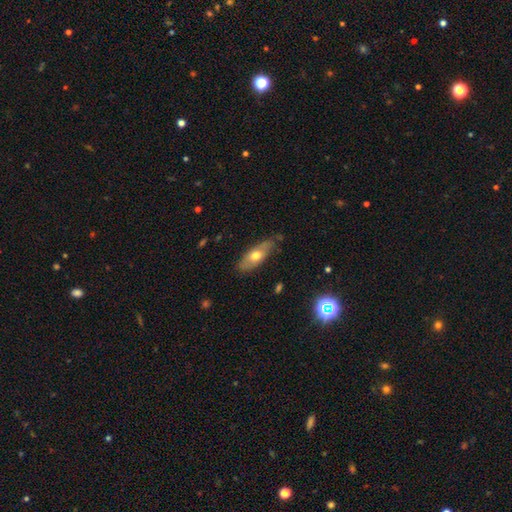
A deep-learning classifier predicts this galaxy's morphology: Overall: smooth (60%; featured or disk 34%). How rounded: in between (69%). Merging: none (68%).